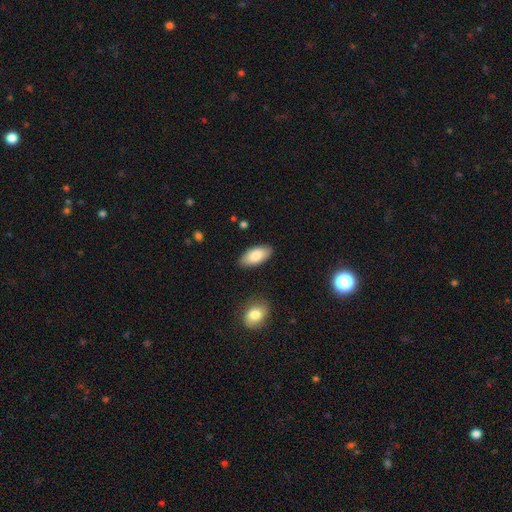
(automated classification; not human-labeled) This appears to be a smooth galaxy with no disk features (83%) that is in between round and cigar-shaped (93%). Merging: none (86%).